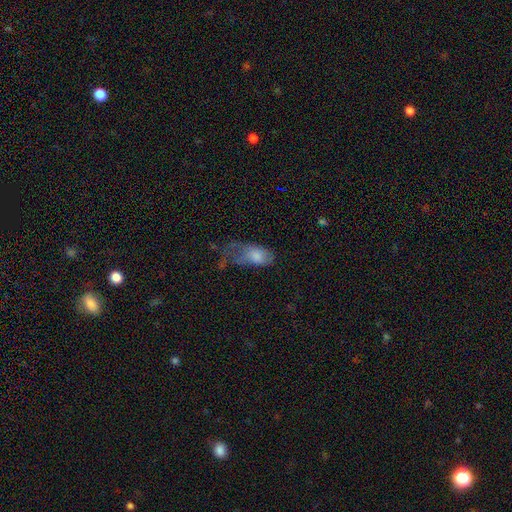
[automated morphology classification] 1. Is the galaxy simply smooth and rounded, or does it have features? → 71% smooth, 21% featured or disk, 8% star or artifact.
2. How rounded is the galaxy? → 91% in between, 5% round, 4% cigar-shaped.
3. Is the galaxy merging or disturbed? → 58% major disturbance, 22% minor disturbance, 15% none, 5% merger.